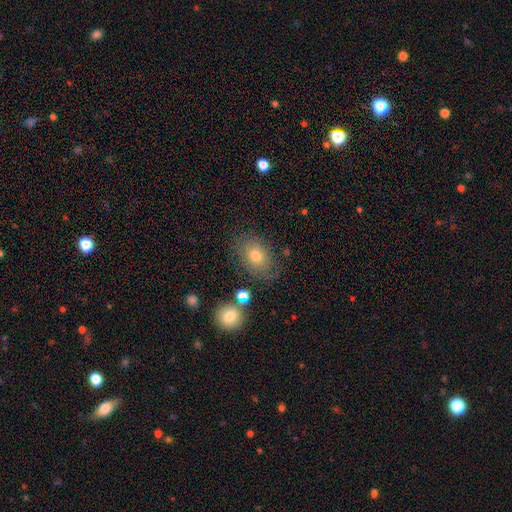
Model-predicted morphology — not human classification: type=smooth (64%); roundness=in between (74%); merging=none (71%).